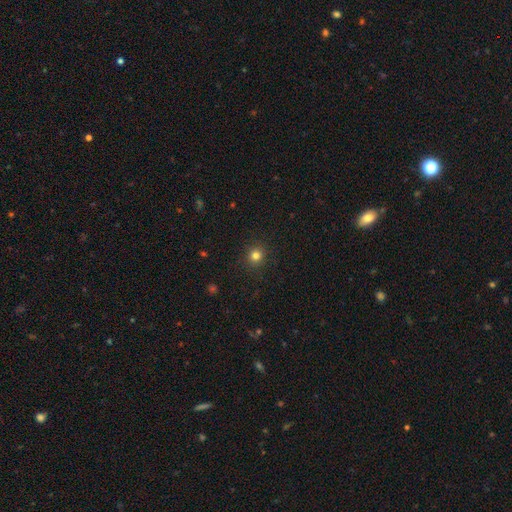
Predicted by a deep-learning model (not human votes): Smooth or featured? Predicted: smooth (p=0.81). How rounded? Predicted: round (p=0.91). Merging? Predicted: none (p=0.91).